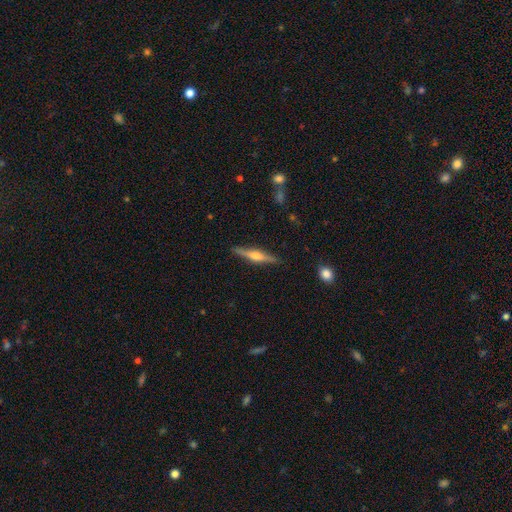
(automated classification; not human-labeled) This appears to be a featured or disk galaxy (69%) viewed edge-on (98%) with a rounded central bulge (90%). Merging: none (89%).